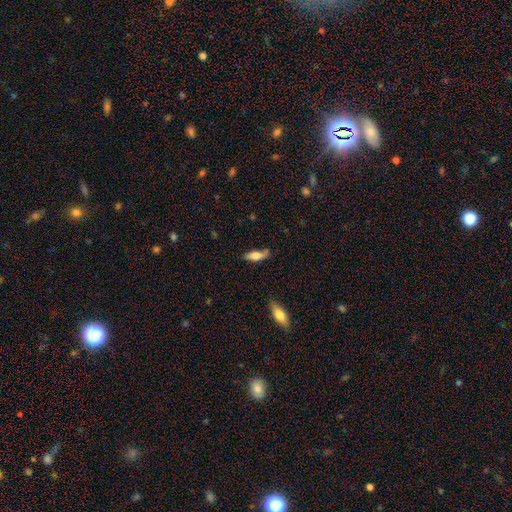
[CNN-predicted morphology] A smooth galaxy with no disk features (68%) that is in between round and cigar-shaped (60%).

Vote fractions:
- Smooth or featured? smooth: 68% / featured or disk: 26% / star or artifact: 6%
- How rounded? in between: 60% / cigar-shaped: 38% / round: 2%
- Merging? none: 68% / minor disturbance: 24% / major disturbance: 5% / merger: 3%